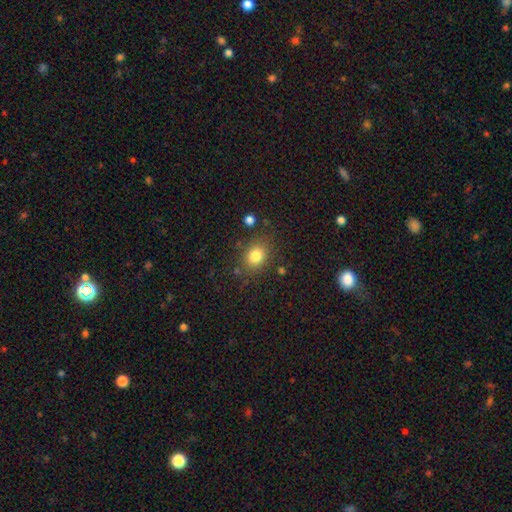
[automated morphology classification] Overall: smooth (81%). How rounded: in between (52%; round 47%). Merging: none (80%).